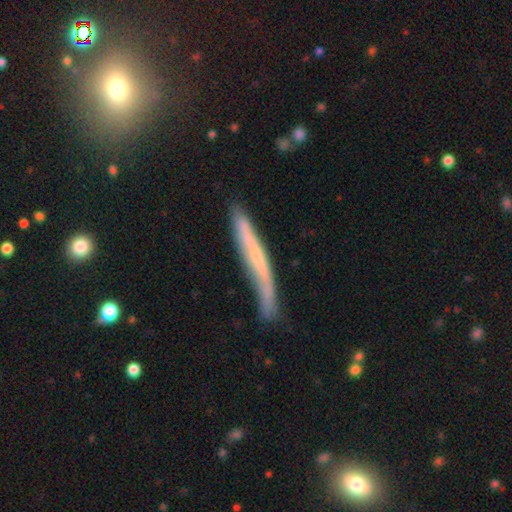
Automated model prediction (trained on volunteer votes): featured or disk 55%, smooth 38%, star or artifact 7%. Down the decision tree: edge-on disk — yes (84%); merging — none (64%).